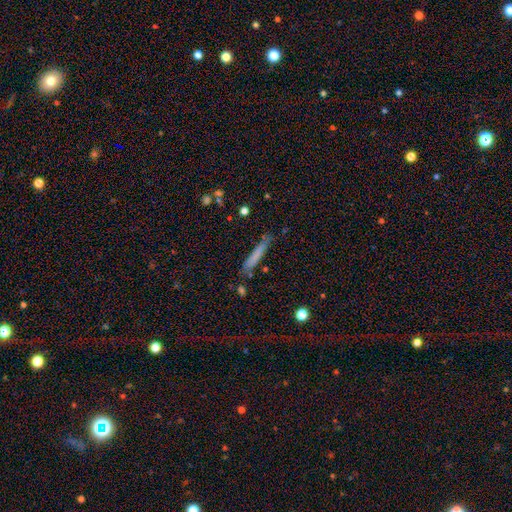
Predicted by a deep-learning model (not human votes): This appears to be a smooth galaxy with no disk features (71%) that is cigar-shaped (94%). Merging: none (78%).